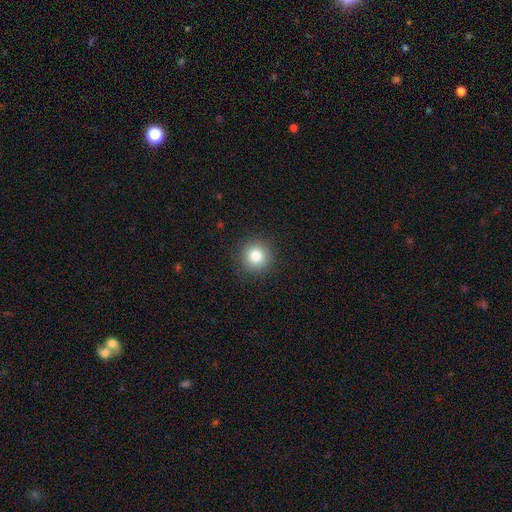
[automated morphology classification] Smooth or featured? Predicted: smooth (p=0.82). How rounded? Predicted: round (p=0.94). Merging? Predicted: none (p=0.90).